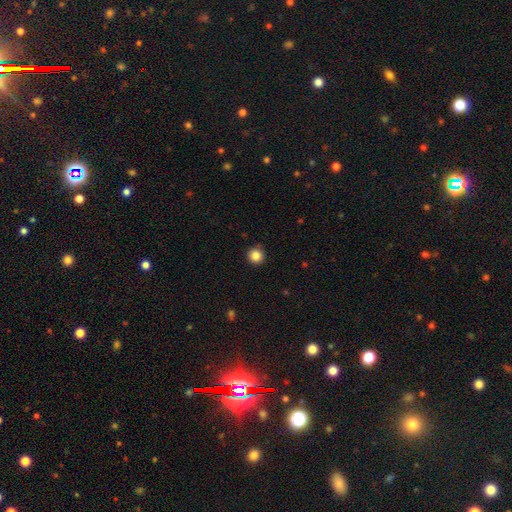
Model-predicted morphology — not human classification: type=smooth (85%); roundness=round (94%); merging=none (90%).